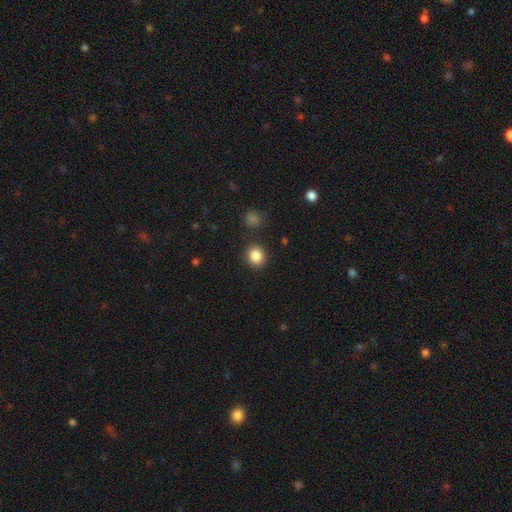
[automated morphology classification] A smooth galaxy with no disk features (86%) that is round (81%).

Vote fractions:
- Smooth or featured? smooth: 86% / star or artifact: 10% / featured or disk: 4%
- How rounded? round: 81% / in between: 18% / cigar-shaped: 1%
- Merging? none: 88% / minor disturbance: 7% / merger: 3% / major disturbance: 3%